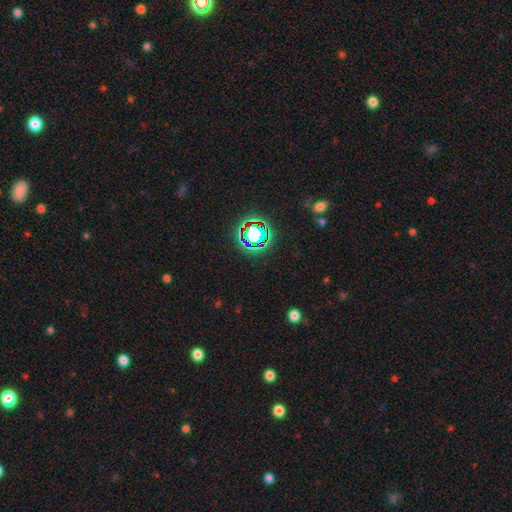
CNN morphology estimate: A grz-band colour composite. It shows a star or artifact, not a galaxy (77%).